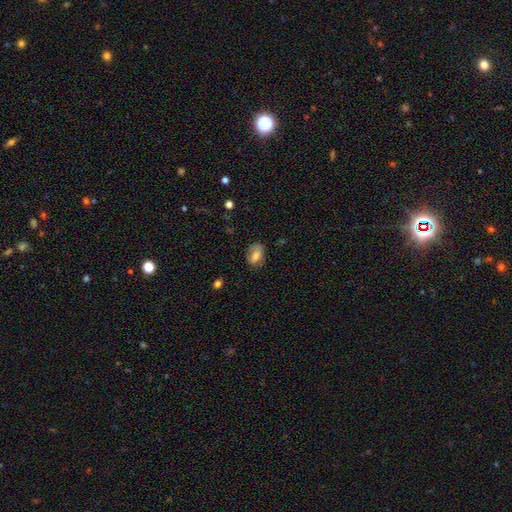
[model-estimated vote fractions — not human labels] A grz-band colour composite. It shows a smooth galaxy with no disk features (65%) that is in between round and cigar-shaped (78%). Merging: none (68%).